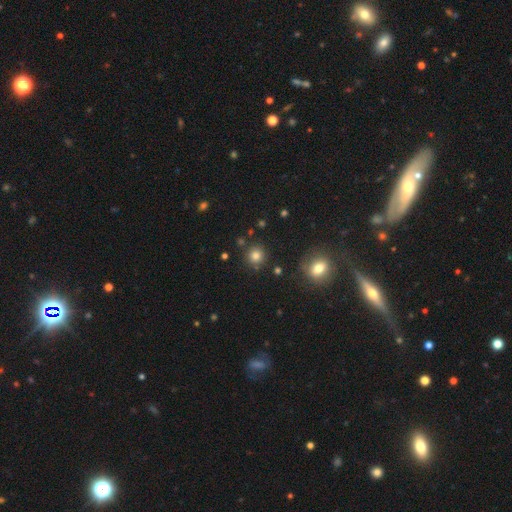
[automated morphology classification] A smooth galaxy with no disk features (80%) that is round (92%). Merging: none (87%).